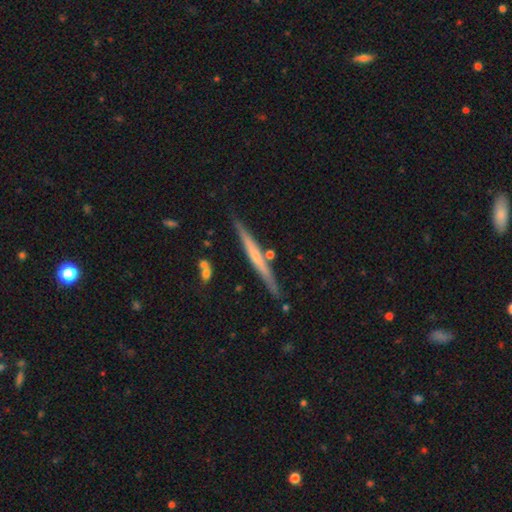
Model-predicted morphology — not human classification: Overall: featured or disk (60%; smooth 34%). Edge-on disk: yes (97%). Edge-on bulge: none (59%; rounded 36%). Merging: none (84%).